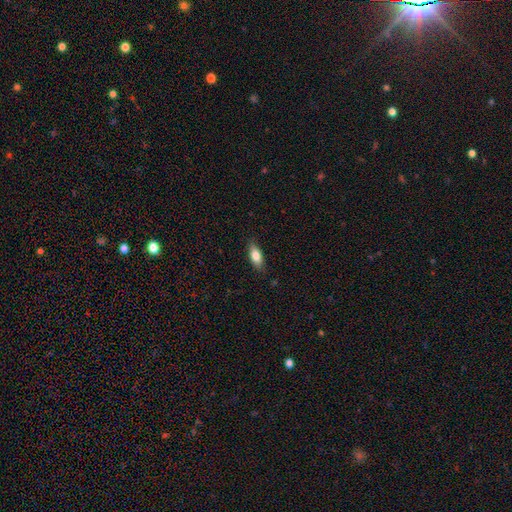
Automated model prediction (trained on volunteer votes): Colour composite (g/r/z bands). It shows a smooth galaxy with no disk features (77%) that is in between round and cigar-shaped (79%). Merging: none (84%).